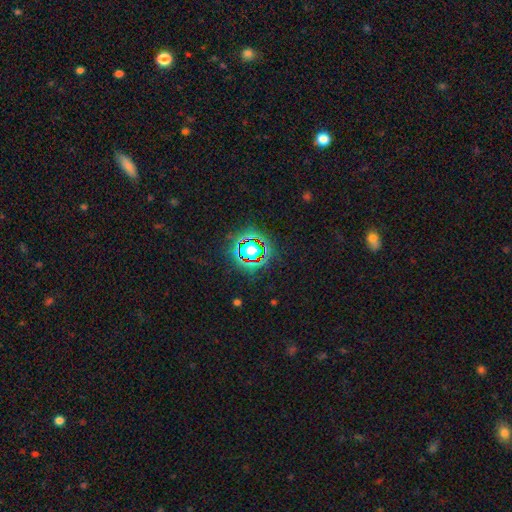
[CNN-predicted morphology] smooth-or-featured: star or artifact: 79% | smooth: 13% | featured or disk: 8%